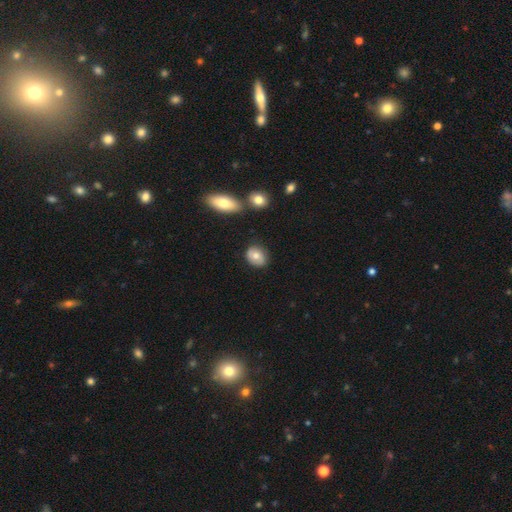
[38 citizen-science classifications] Smooth or featured: smooth — 74% (featured or disk — 26%)
How rounded: in between — 57% (round — 43%)
Merging: none — 76% (minor disturbance — 16%)